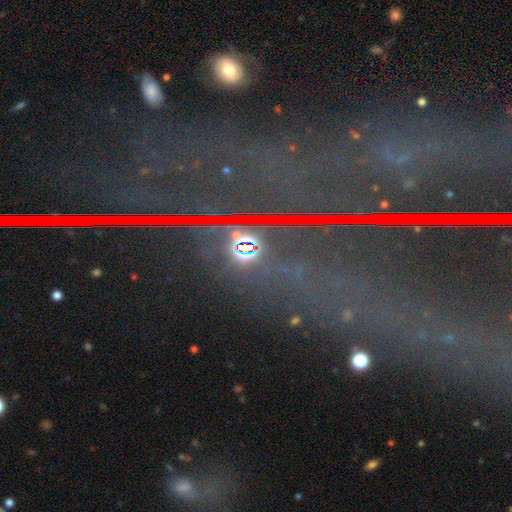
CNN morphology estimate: smooth_or_featured: star or artifact (p=0.80) [alt: smooth p=0.10]